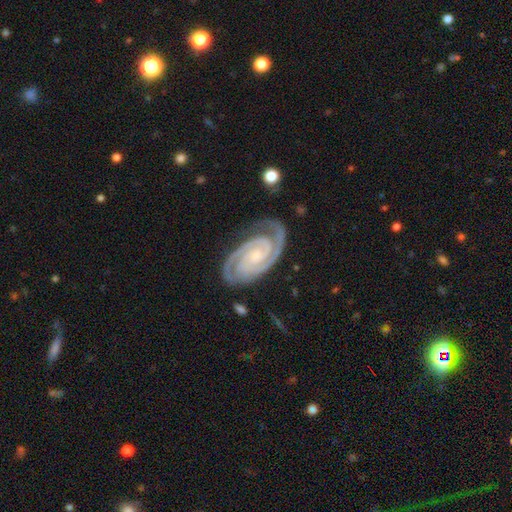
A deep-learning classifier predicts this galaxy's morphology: This is clearly a featured or disk galaxy (93%). It is clearly not viewed edge-on (97%). Bar: possibly no (59%). Spiral arm pattern: clearly yes (99%). Spiral arm count: clearly 2 (90%). Spiral winding: likely tight (77%). Central bulge: possibly small (59%). Merging: likely none (80%).